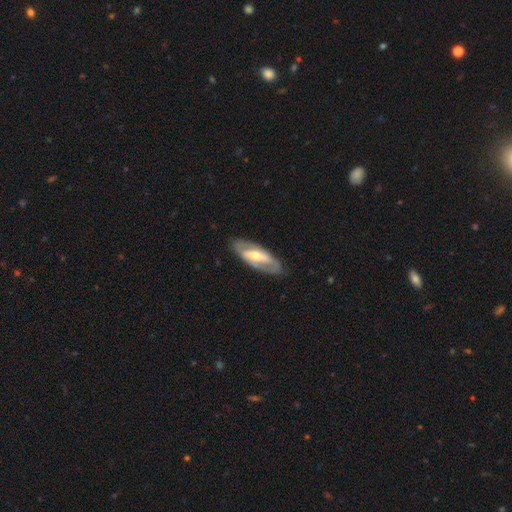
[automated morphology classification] smooth_or_featured: featured or disk (p=0.69) [alt: smooth p=0.26]
disk_edge_on: no (p=0.83) [alt: yes p=0.17]
bar: strong (p=0.53) [alt: weak p=0.28]
has_spiral_arms: yes (p=0.53) [alt: no p=0.47]
bulge_size: moderate (p=0.61) [alt: small p=0.31]
merging: none (p=0.82) [alt: minor disturbance p=0.13]